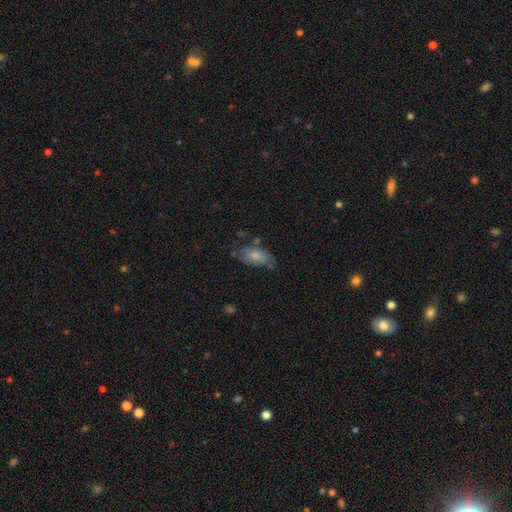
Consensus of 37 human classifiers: Q: Smooth or featured?
A: smooth (54%); runner-up: featured or disk (41%)
Q: How rounded?
A: in between (100%)
Q: Merging?
A: none (49%); runner-up: minor disturbance (34%)